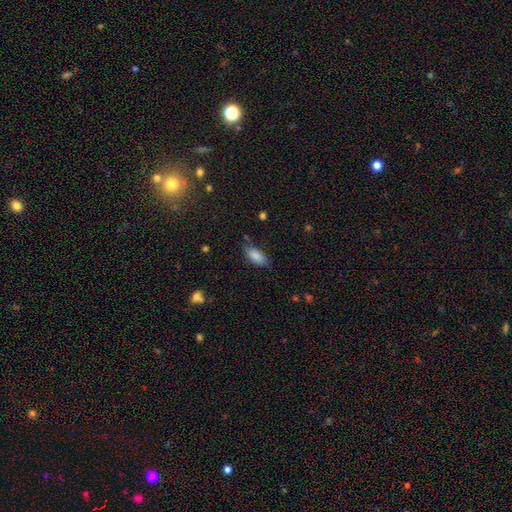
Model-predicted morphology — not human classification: Smooth or featured: smooth — 84% (featured or disk — 8%)
How rounded: in between — 89% (cigar-shaped — 8%)
Merging: none — 65% (minor disturbance — 27%)